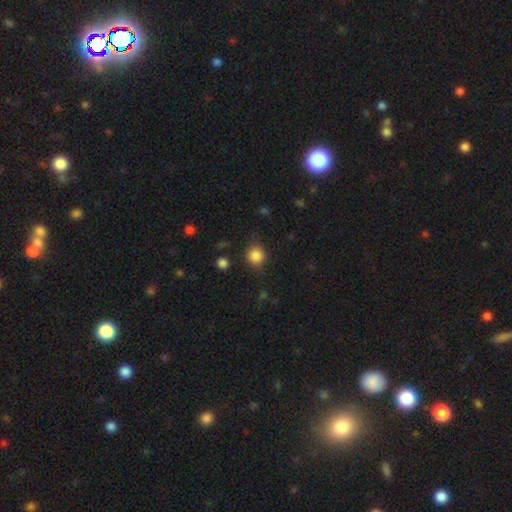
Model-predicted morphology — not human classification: Q: Smooth or featured?
A: smooth (85%); runner-up: star or artifact (10%)
Q: How rounded?
A: round (86%); runner-up: in between (13%)
Q: Merging?
A: none (84%); runner-up: minor disturbance (11%)